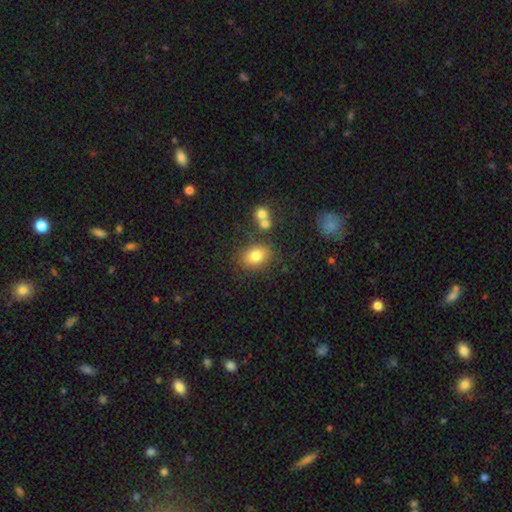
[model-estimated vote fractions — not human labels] A smooth galaxy with no disk features (79%) that is in between round and cigar-shaped (65%). Merging: none (74%).